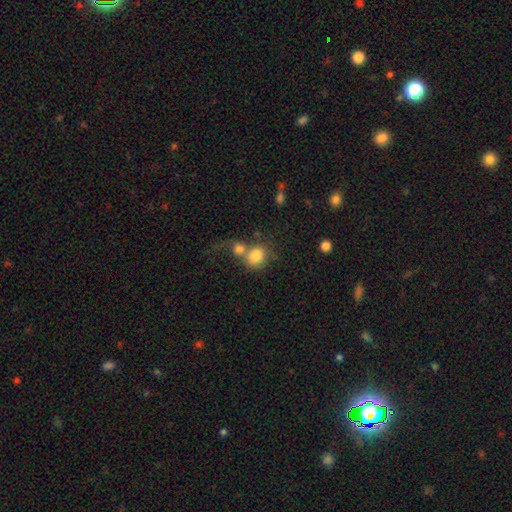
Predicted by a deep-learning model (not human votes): This is likely a smooth galaxy (78%). How rounded: likely round (67%). Merging: possibly merger (56%).